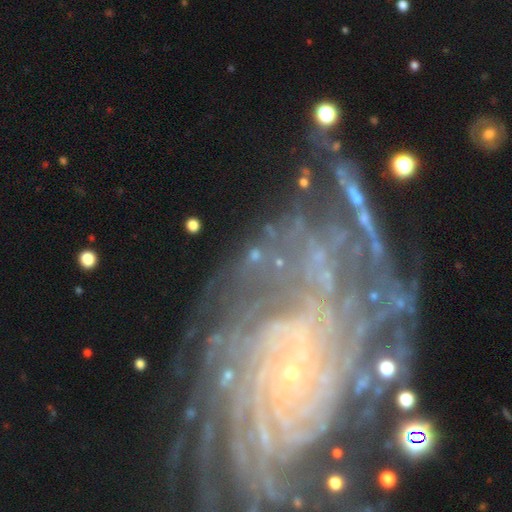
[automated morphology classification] Smooth or featured? featured or disk (86%)
Edge-on disk? no (97%)
Bar? no (69%)
Spiral arms? yes (97%)
Spiral winding? tight (76%)
Spiral arm count? more than 4 (34%)
Bulge size? small (88%)
Merging? none (64%)